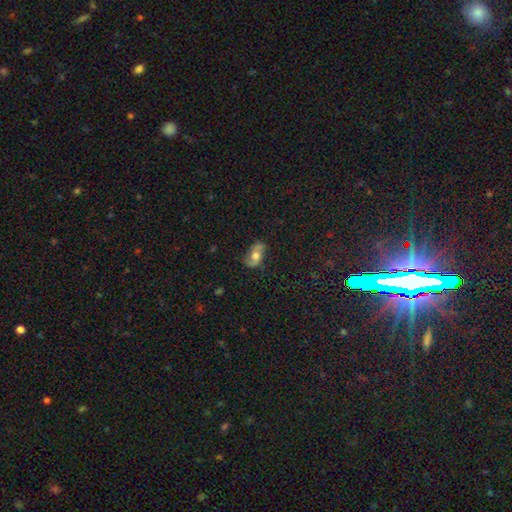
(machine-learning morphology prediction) The model was most divided on "spiral winding": loose: 62%, medium: 28%, tight: 10%. More confident: edge-on disk — no (93%); spiral arm count — 2 (91%); spiral arms — yes (87%); merging — none (77%); bar — no (65%); bulge size — moderate (65%); smooth or featured — featured or disk (63%).